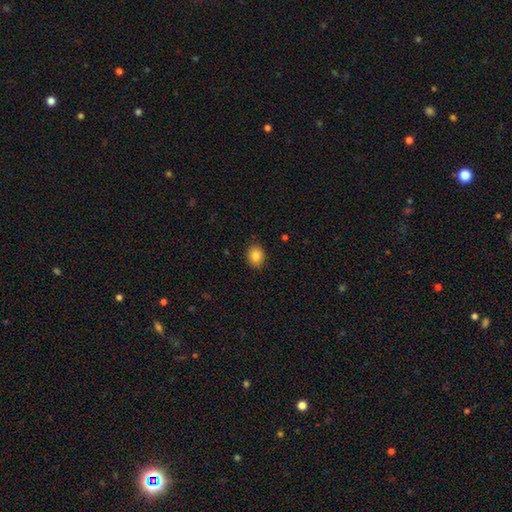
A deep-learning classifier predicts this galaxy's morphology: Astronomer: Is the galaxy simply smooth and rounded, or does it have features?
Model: smooth — 84%.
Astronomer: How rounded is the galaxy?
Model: round — 57% (runner-up: in between, 43%).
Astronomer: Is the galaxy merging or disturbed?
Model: none — 88%.